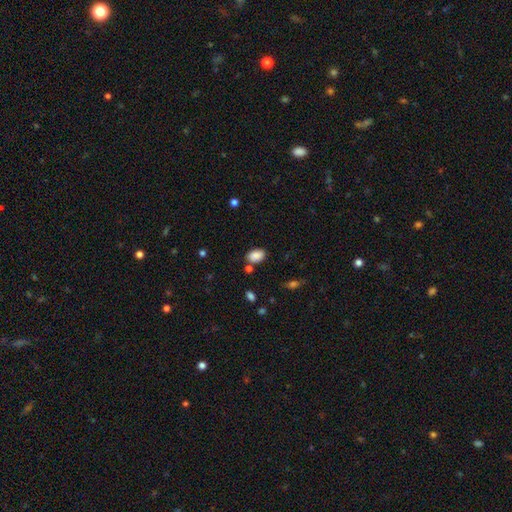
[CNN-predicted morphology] smooth-or-featured: smooth: 87% | star or artifact: 9% | featured or disk: 4%
  how-rounded: in between: 88% | round: 11% | cigar-shaped: 1%
  merging: none: 75% | minor disturbance: 14% | merger: 7% | major disturbance: 4%